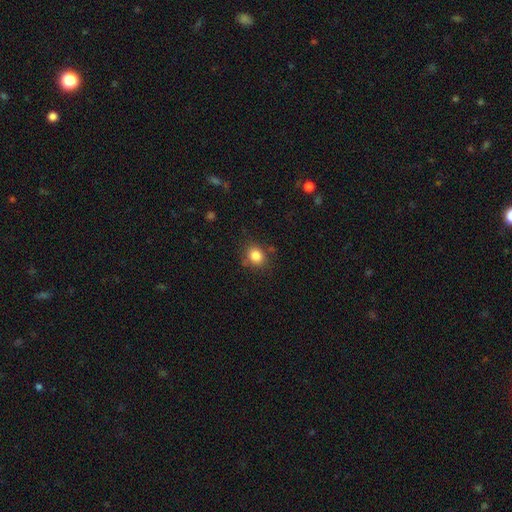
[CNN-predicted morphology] Smooth or featured? smooth (83%)
How rounded? round (71%)
Merging? none (79%)